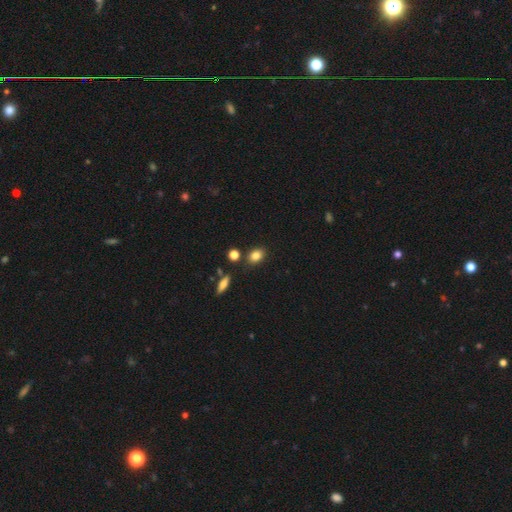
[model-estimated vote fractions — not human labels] smooth 83%, star or artifact 10%, featured or disk 7%. Down the decision tree: how rounded — in between (64%); merging — none (80%).